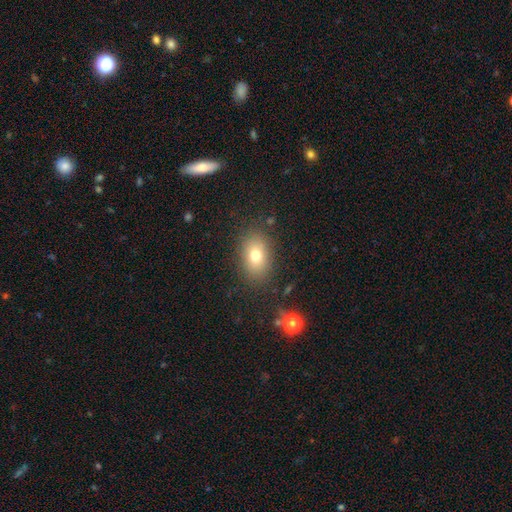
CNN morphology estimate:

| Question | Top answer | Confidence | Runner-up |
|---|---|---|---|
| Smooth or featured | smooth | 75% | featured or disk (13%) |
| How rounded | in between | 78% | round (20%) |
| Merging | none | 83% | minor disturbance (11%) |